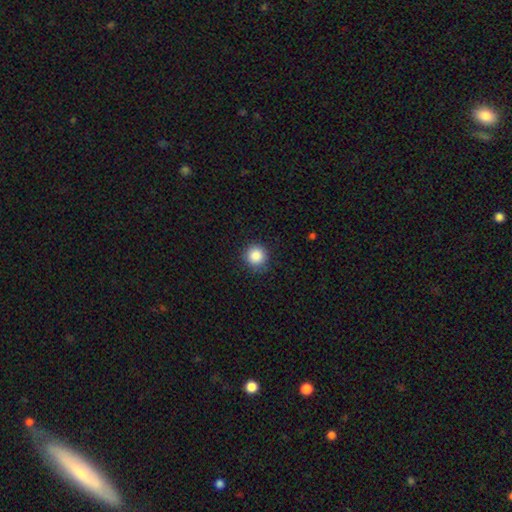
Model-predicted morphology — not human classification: smooth_or_featured: smooth (p=0.87) [alt: star or artifact p=0.10]
how_rounded: round (p=0.94) [alt: in between p=0.05]
merging: none (p=0.88) [alt: minor disturbance p=0.08]